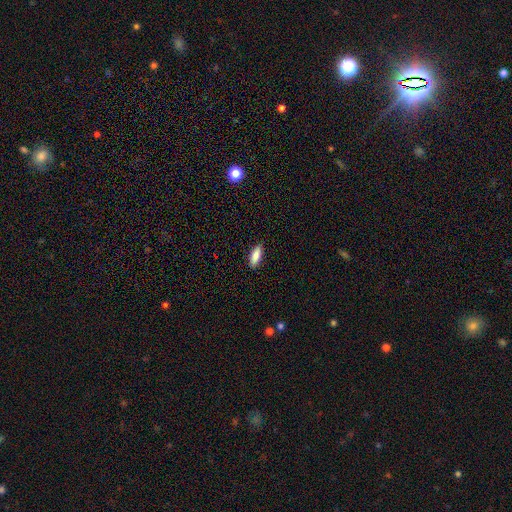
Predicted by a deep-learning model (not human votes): smooth 82%, featured or disk 12%, star or artifact 7%. Down the decision tree: how rounded — in between (64%); merging — none (89%).